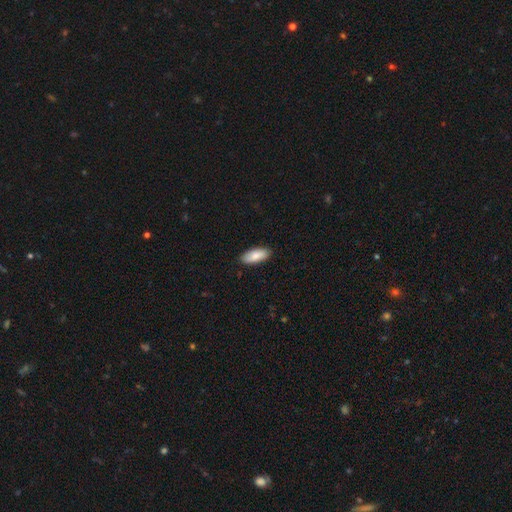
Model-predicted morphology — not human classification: This appears to be a smooth galaxy with no disk features (84%) that is in between round and cigar-shaped (81%). Merging: none (89%).